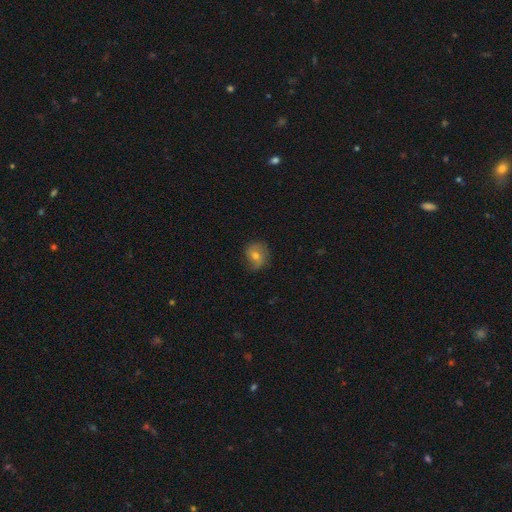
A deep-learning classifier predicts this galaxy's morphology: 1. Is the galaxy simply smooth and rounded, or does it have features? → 47% smooth, 42% featured or disk, 11% star or artifact.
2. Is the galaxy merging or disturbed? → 72% none, 21% minor disturbance, 6% major disturbance, 1% merger.